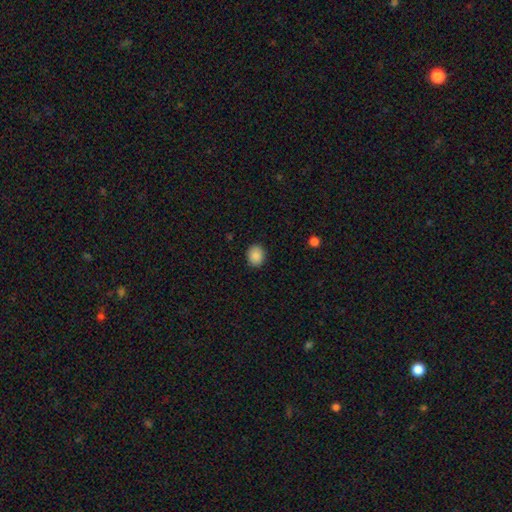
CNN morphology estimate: The model was most divided on "how rounded": round: 65%, in between: 34%, cigar-shaped: 1%. More confident: merging — none (89%); smooth or featured — smooth (88%).